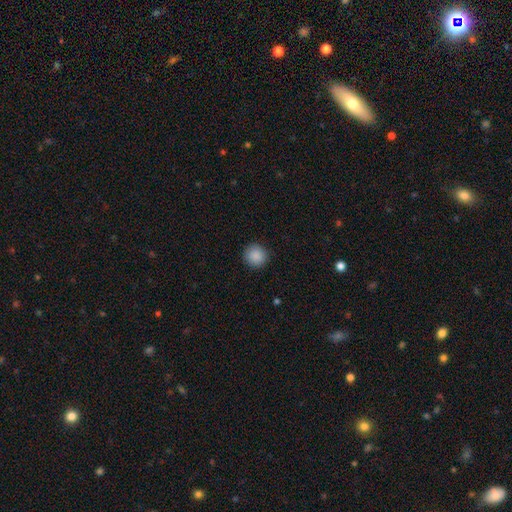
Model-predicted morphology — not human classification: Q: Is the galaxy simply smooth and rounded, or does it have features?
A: smooth — 89%.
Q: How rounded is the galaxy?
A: round — 94%.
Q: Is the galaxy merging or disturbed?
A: none — 92%.